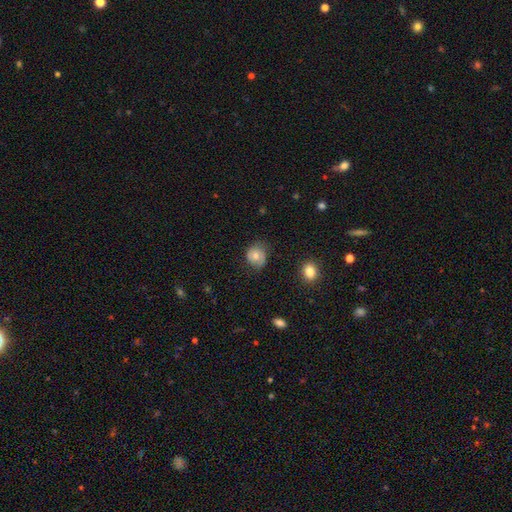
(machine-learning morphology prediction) Smooth or featured?
  - smooth: 64% *
  - featured or disk: 27%
  - star or artifact: 9%
How rounded?
  - round: 74% *
  - in between: 26%
  - cigar-shaped: 1%
Merging?
  - none: 63% *
  - minor disturbance: 27%
  - major disturbance: 9%
  - merger: 1%